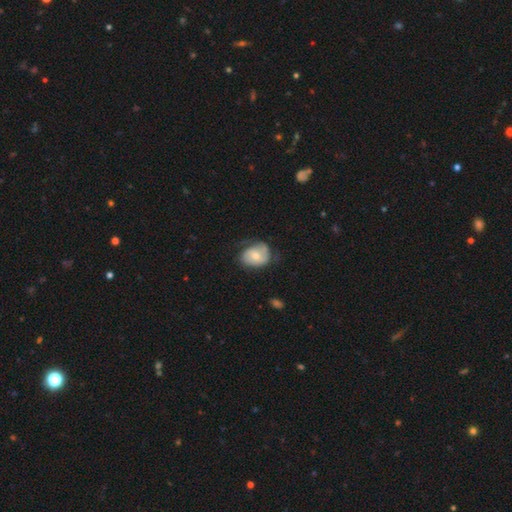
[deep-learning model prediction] The model was most divided on "smooth or featured": smooth: 50%, featured or disk: 43%, star or artifact: 7%. More confident: how rounded — in between (61%); merging — none (51%).